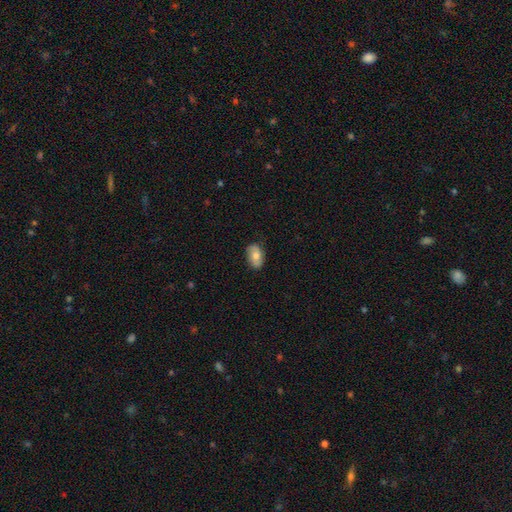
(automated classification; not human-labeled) A smooth galaxy with no disk features (66%) that is in between round and cigar-shaped (90%). Merging: none (80%).